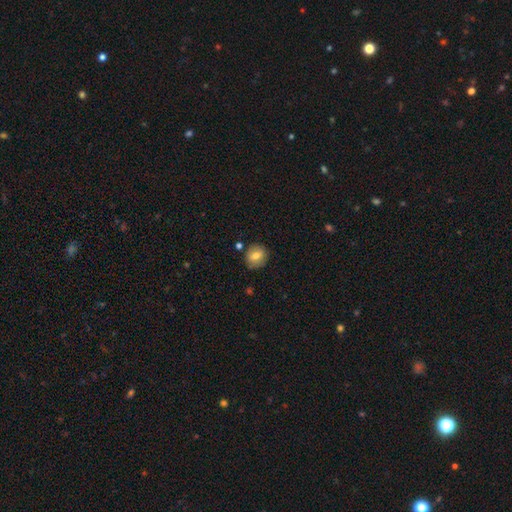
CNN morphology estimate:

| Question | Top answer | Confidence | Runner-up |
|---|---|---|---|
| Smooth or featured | smooth | 75% | featured or disk (16%) |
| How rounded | round | 81% | in between (18%) |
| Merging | none | 83% | minor disturbance (11%) |